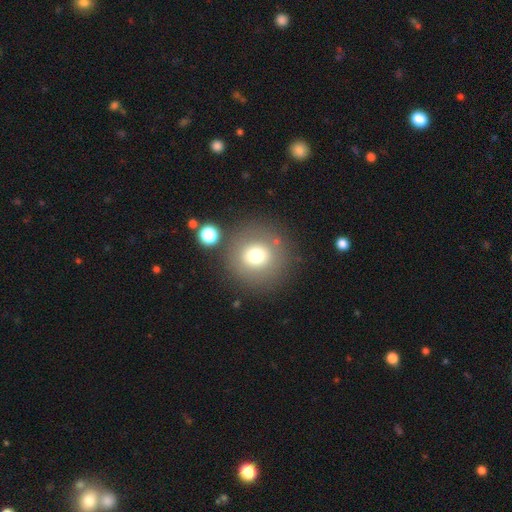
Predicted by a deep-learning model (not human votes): This appears to be a smooth galaxy with no disk features (72%) that is round (95%). Merging: none (81%).